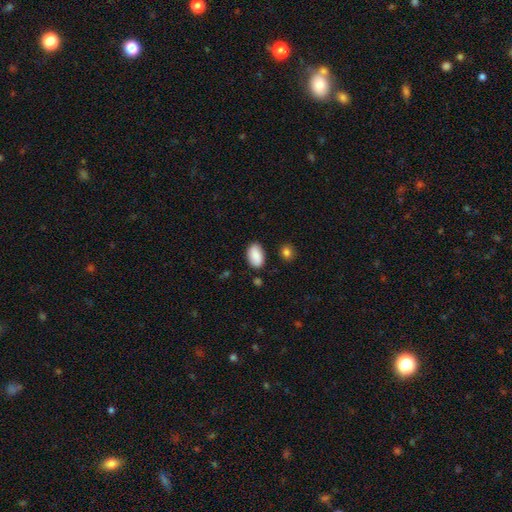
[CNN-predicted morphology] This is clearly a smooth galaxy (89%). How rounded: clearly in between (94%). Merging: clearly none (84%).